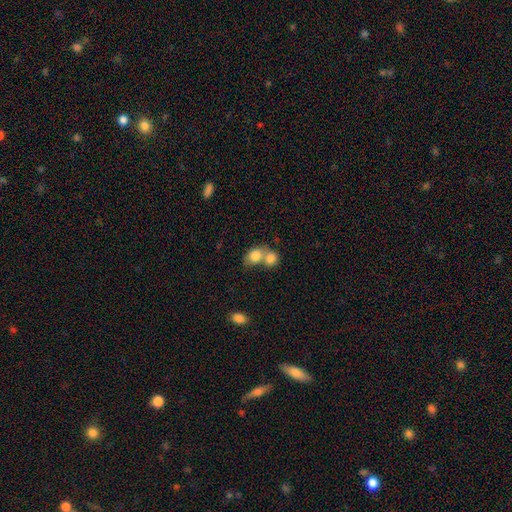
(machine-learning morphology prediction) Smooth or featured: smooth — 81% (featured or disk — 11%)
How rounded: in between — 53% (round — 46%)
Merging: merger — 66% (none — 23%)